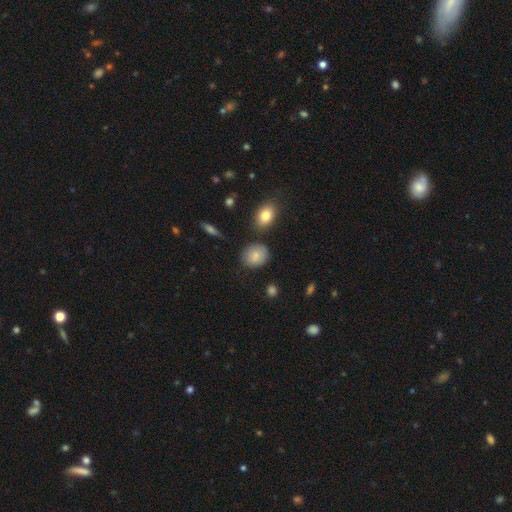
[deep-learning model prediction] Smooth or featured? Predicted: smooth (p=0.83). How rounded? Predicted: round (p=0.63). Merging? Predicted: none (p=0.81).